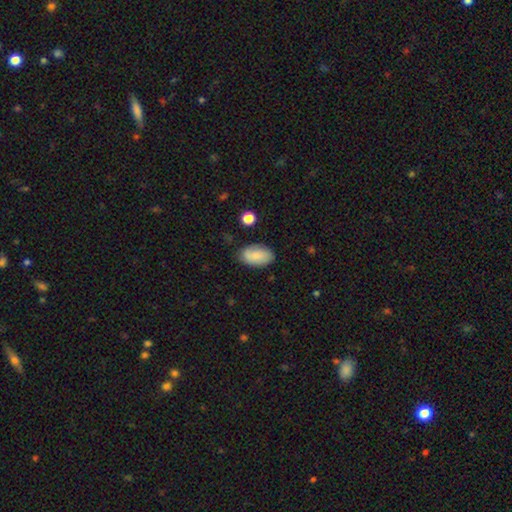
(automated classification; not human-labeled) Smooth or featured? Predicted: smooth (p=0.78). How rounded? Predicted: in between (p=0.93). Merging? Predicted: none (p=0.79).